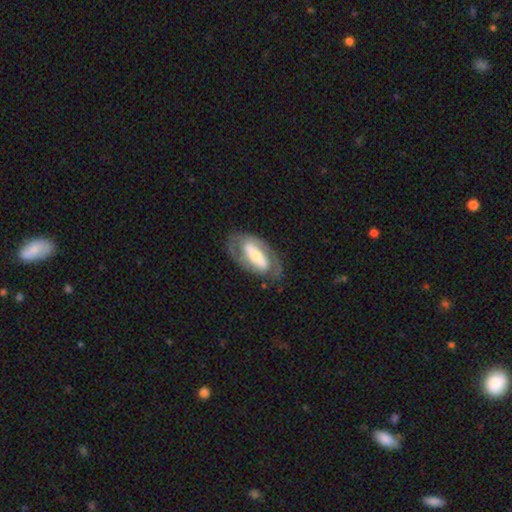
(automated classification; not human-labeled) featured or disk 70%, smooth 25%, star or artifact 5%. Down the decision tree: edge-on disk — no (90%); bar — strong (51%); spiral arms — yes (64%); bulge size — small (39%); merging — none (71%).